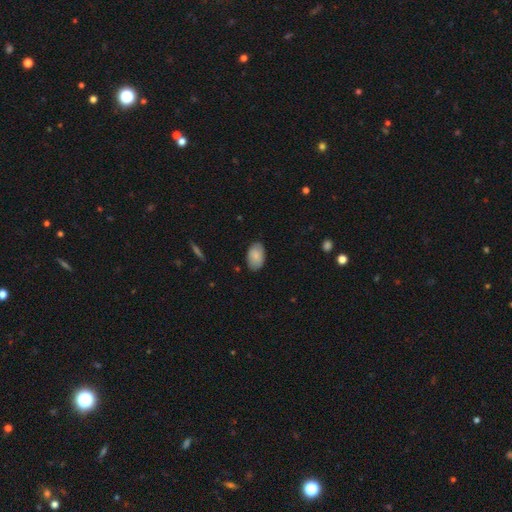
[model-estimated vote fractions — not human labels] smooth 84%, featured or disk 10%, star or artifact 6%. Down the decision tree: how rounded — in between (93%); merging — none (82%).